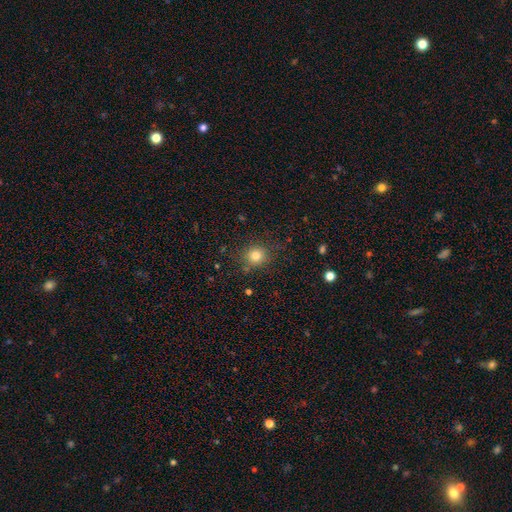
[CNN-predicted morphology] Smooth or featured? smooth (80%)
How rounded? round (82%)
Merging? none (83%)